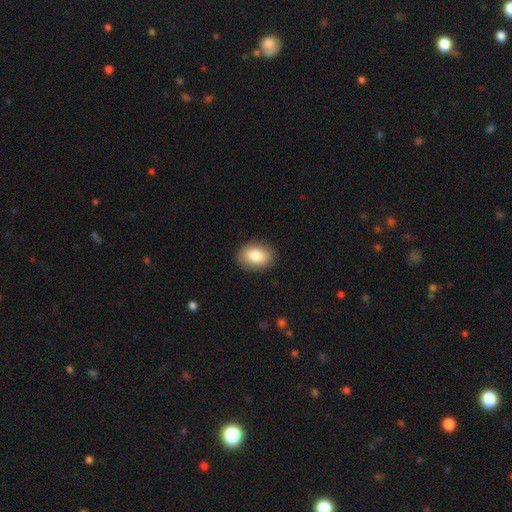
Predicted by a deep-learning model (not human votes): The model was most divided on "how rounded": in between: 75%, round: 24%, cigar-shaped: 1%. More confident: merging — none (88%); smooth or featured — smooth (82%).